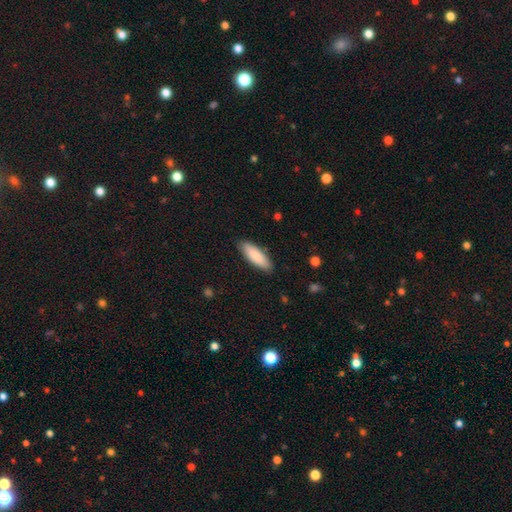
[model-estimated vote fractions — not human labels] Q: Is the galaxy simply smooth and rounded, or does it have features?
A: smooth — 86%.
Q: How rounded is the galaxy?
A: in between — 55%.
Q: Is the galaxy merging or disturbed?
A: none — 88%.